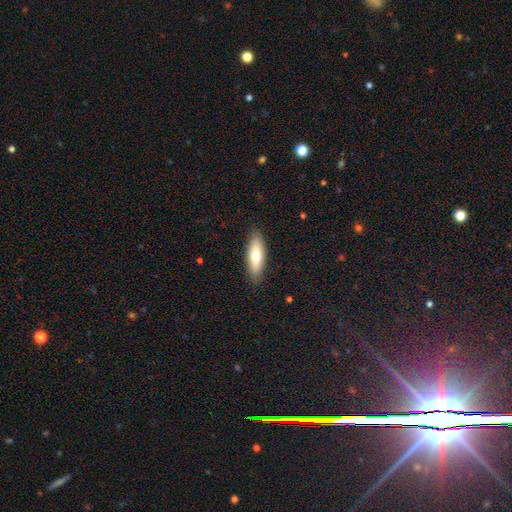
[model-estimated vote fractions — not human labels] Smooth or featured? Predicted: smooth (p=0.68). How rounded? Predicted: in between (p=0.61). Merging? Predicted: none (p=0.86).